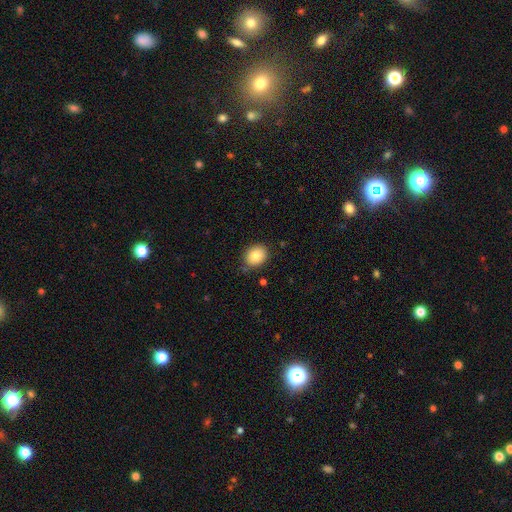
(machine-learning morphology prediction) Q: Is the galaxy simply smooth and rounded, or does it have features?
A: smooth — 85%.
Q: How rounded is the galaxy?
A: in between — 51%.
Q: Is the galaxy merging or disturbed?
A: none — 80%.